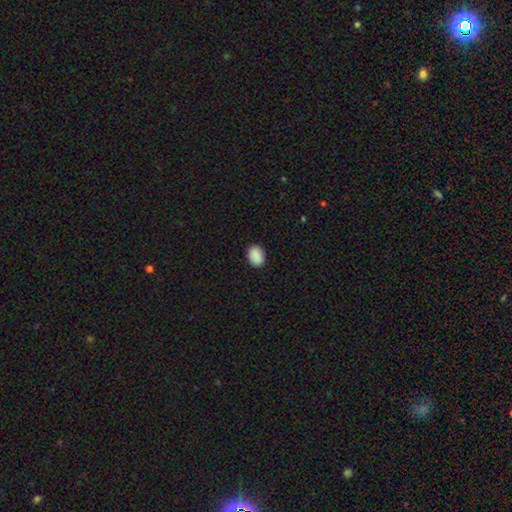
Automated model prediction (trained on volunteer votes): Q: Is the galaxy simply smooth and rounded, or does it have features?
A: smooth — 90%.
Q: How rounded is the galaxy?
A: in between — 72%.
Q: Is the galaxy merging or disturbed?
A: none — 90%.